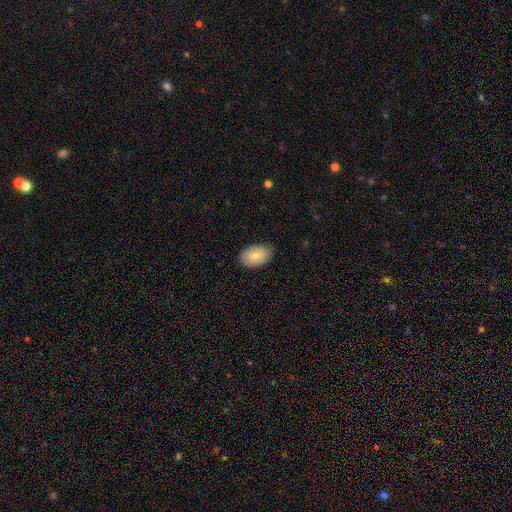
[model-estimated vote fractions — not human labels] Smooth or featured? Predicted: smooth (p=0.81). How rounded? Predicted: in between (p=0.88). Merging? Predicted: none (p=0.84).